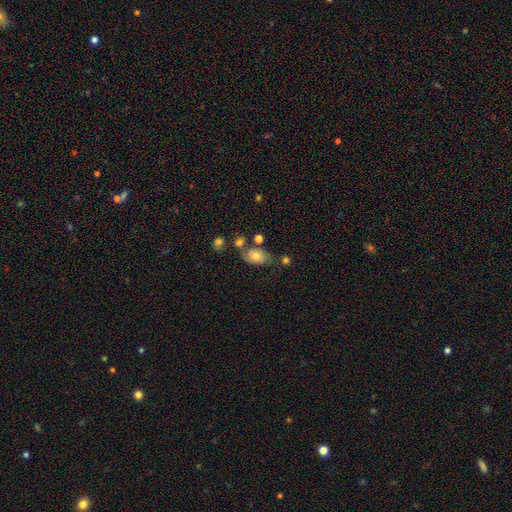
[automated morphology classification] smooth 60%, featured or disk 29%, star or artifact 10%. Down the decision tree: how rounded — in between (84%); merging — none (53%).